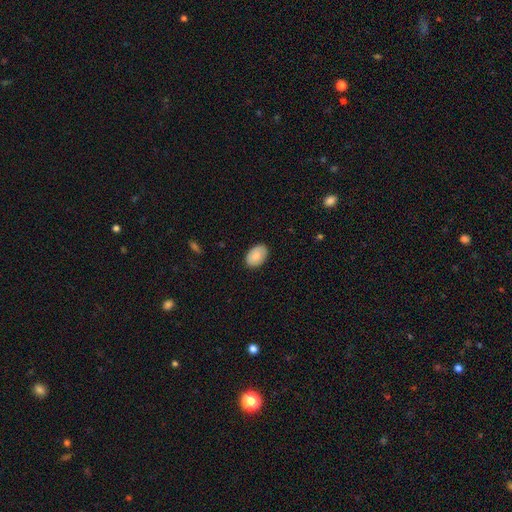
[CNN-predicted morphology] A smooth galaxy with no disk features (85%) that is in between round and cigar-shaped (87%). Merging: none (87%).